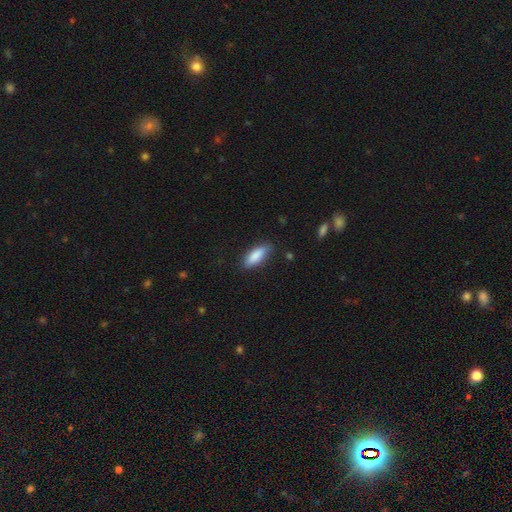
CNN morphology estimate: The model was most divided on "how rounded": in between: 64%, cigar-shaped: 34%, round: 2%. More confident: smooth or featured — smooth (86%); merging — none (83%).